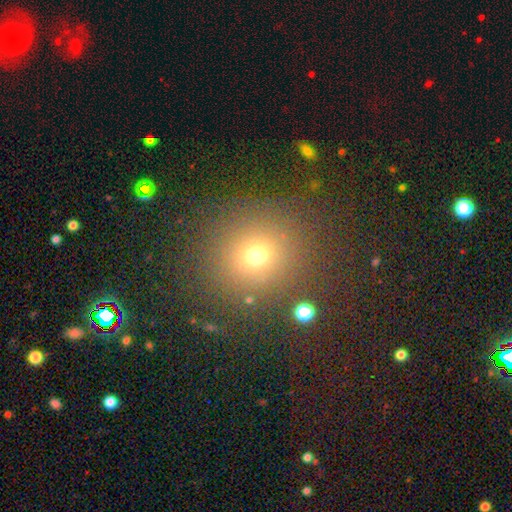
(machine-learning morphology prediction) This appears to be a smooth galaxy with no disk features (68%) that is round (89%). Merging: none (84%).